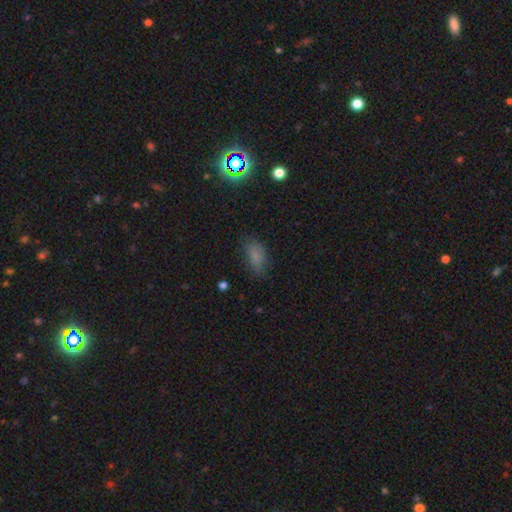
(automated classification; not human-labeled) This appears to be a smooth galaxy with no disk features (76%) that is in between round and cigar-shaped (88%). Merging: none (71%).